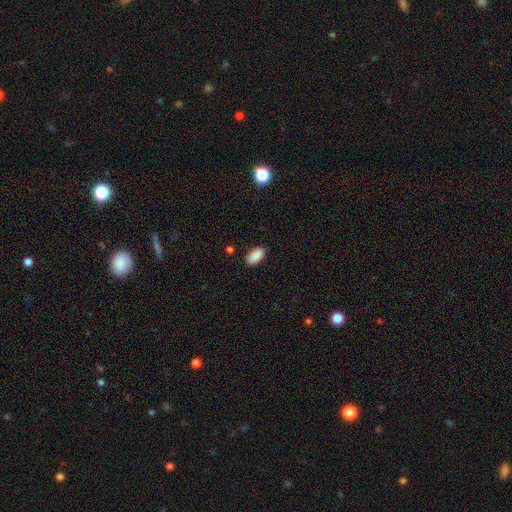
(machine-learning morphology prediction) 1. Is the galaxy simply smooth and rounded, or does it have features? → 89% smooth, 7% star or artifact, 3% featured or disk.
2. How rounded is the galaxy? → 94% in between, 3% cigar-shaped, 3% round.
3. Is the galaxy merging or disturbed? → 87% none, 9% minor disturbance, 2% major disturbance, 1% merger.